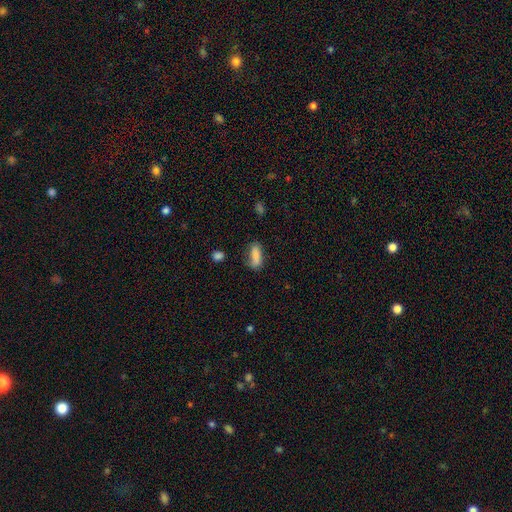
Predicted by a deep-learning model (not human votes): Smooth or featured? smooth (83%)
How rounded? in between (71%)
Merging? none (63%)